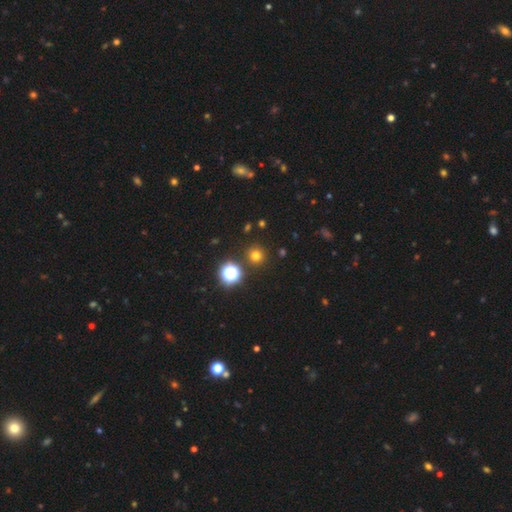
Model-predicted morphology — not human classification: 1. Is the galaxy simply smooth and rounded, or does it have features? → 72% smooth, 22% star or artifact, 6% featured or disk.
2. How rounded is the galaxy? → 94% round, 5% in between, 1% cigar-shaped.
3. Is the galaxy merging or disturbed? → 89% none, 6% minor disturbance, 3% merger, 2% major disturbance.